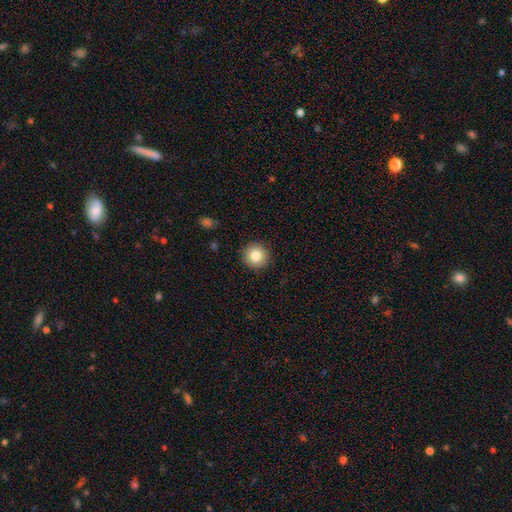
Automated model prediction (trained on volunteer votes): Smooth or featured? Predicted: smooth (p=0.83). How rounded? Predicted: round (p=0.95). Merging? Predicted: none (p=0.92).